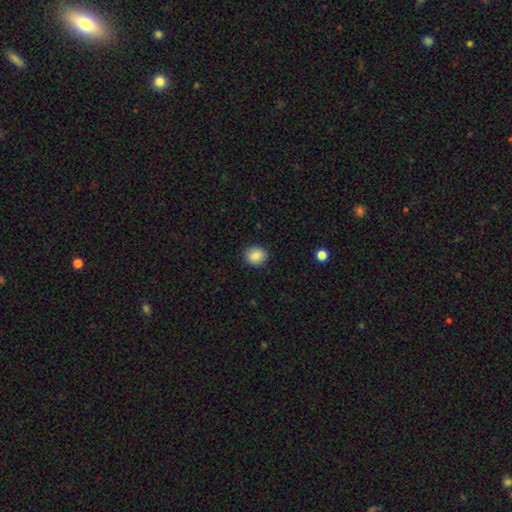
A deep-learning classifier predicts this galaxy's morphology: Smooth or featured? Predicted: smooth (p=0.87). How rounded? Predicted: round (p=0.73). Merging? Predicted: none (p=0.89).